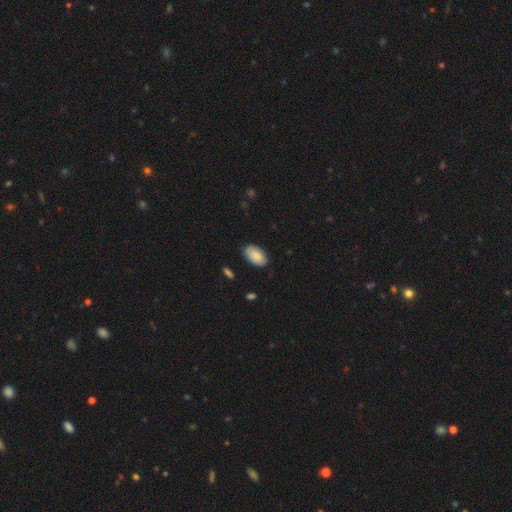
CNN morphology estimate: This is clearly a smooth galaxy (87%). How rounded: clearly in between (95%). Merging: clearly none (84%).